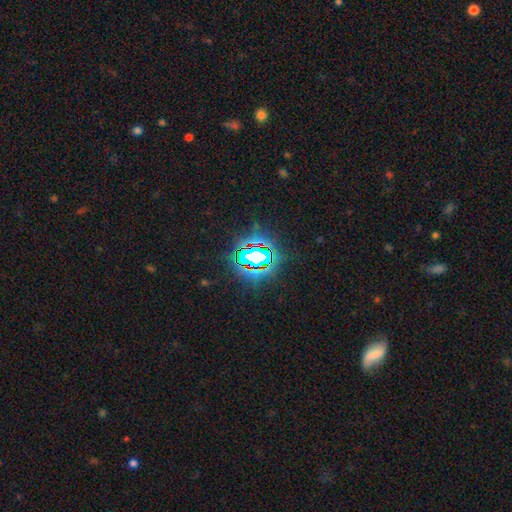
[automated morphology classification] This is likely a star or artifact rather than a galaxy (75%).